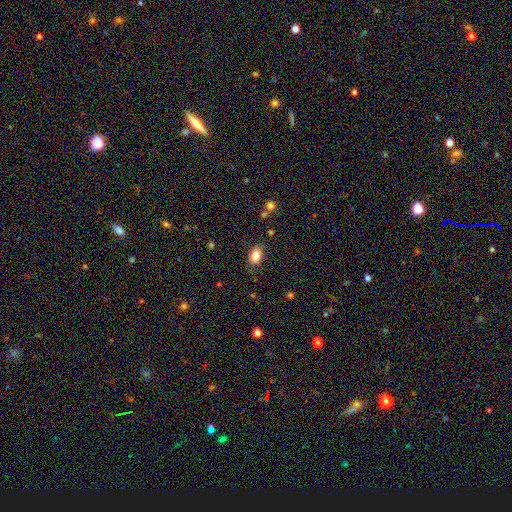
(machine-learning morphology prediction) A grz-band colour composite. It shows a smooth galaxy with no disk features (85%) that is in between round and cigar-shaped (88%). Merging: none (77%).